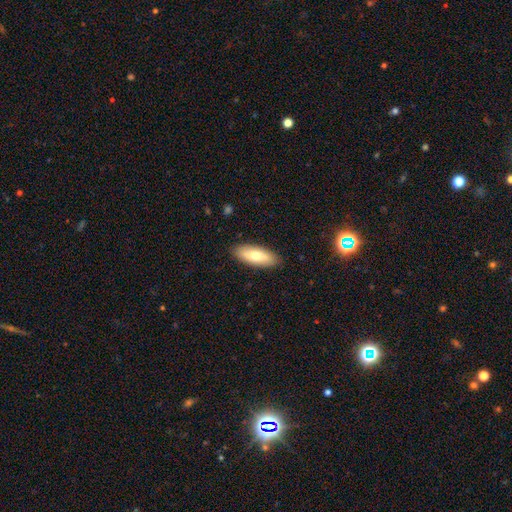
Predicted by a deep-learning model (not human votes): A smooth galaxy with no disk features (71%) that is in between round and cigar-shaped (72%).

Vote fractions:
- Smooth or featured? smooth: 71% / featured or disk: 23% / star or artifact: 6%
- How rounded? in between: 72% / cigar-shaped: 26% / round: 2%
- Merging? none: 88% / minor disturbance: 9% / major disturbance: 2% / merger: 1%